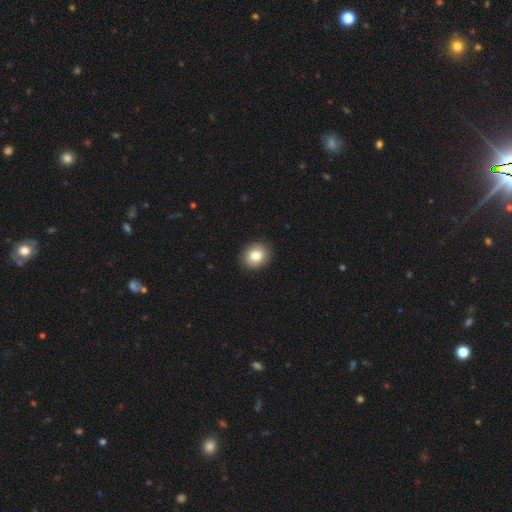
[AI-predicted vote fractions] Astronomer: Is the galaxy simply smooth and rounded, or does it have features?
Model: smooth — 83%.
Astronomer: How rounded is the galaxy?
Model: round — 73%.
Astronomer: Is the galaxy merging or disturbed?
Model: none — 91%.